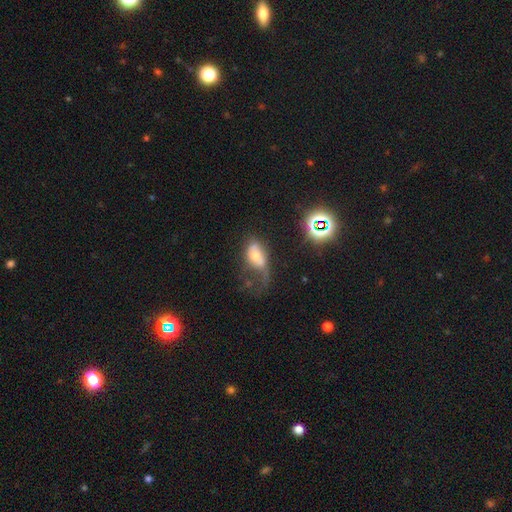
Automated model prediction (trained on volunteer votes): Smooth or featured: smooth — 47% (featured or disk — 38%)
Merging: major disturbance — 49% (minor disturbance — 21%)